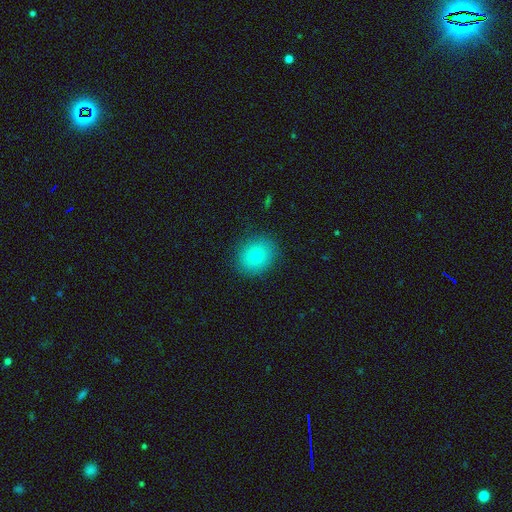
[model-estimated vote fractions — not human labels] A smooth galaxy with no disk features (76%) that is round (75%). Merging: none (88%).